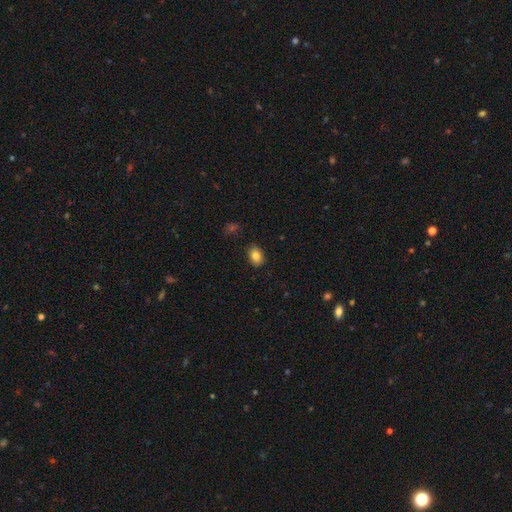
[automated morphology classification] Q: Smooth or featured?
A: smooth (84%); runner-up: star or artifact (9%)
Q: How rounded?
A: in between (80%); runner-up: round (19%)
Q: Merging?
A: none (86%); runner-up: minor disturbance (11%)